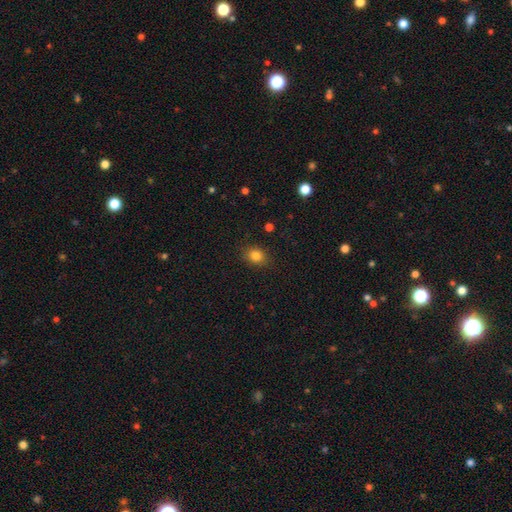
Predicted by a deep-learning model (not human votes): Smooth or featured? Predicted: smooth (p=0.83). How rounded? Predicted: in between (p=0.50). Merging? Predicted: none (p=0.86).